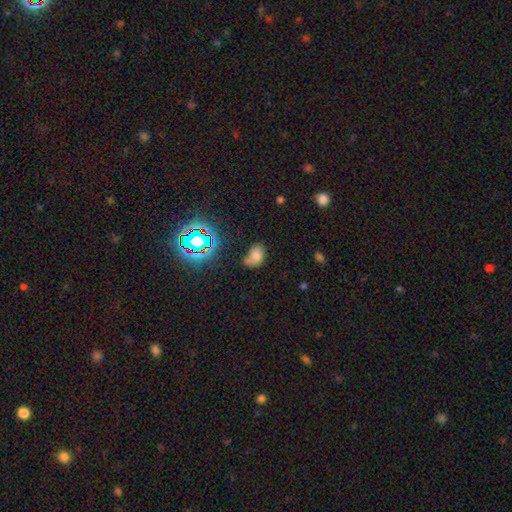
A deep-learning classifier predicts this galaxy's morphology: This is likely a smooth galaxy (68%). How rounded: clearly in between (81%). Merging: possibly none (46%).